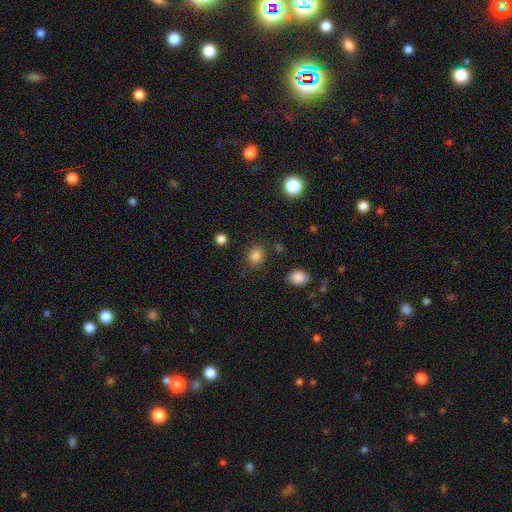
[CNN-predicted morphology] Q: Smooth or featured?
A: smooth (84%); runner-up: star or artifact (12%)
Q: How rounded?
A: round (63%); runner-up: in between (36%)
Q: Merging?
A: none (83%); runner-up: minor disturbance (11%)